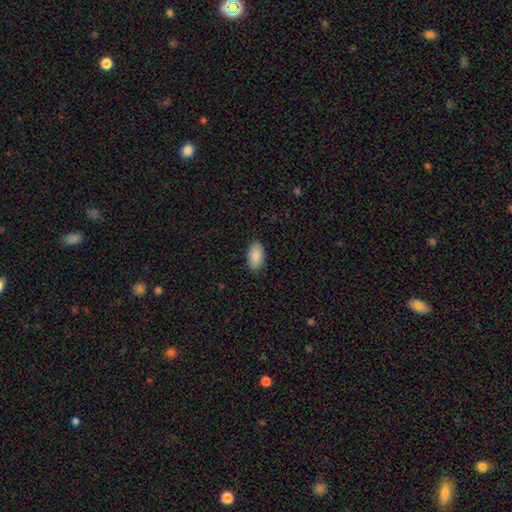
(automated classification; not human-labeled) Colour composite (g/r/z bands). It shows a smooth galaxy with no disk features (89%) that is in between round and cigar-shaped (95%). Merging: none (88%).